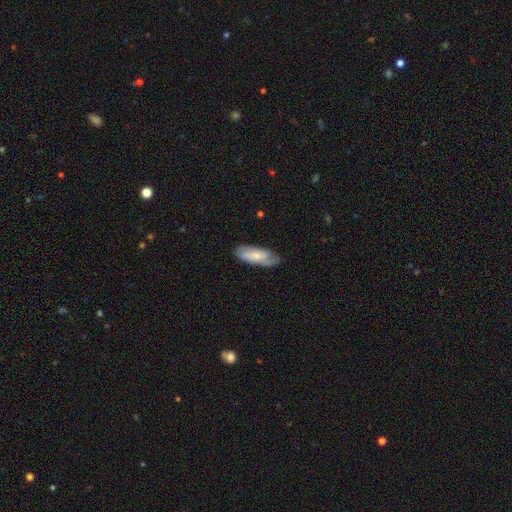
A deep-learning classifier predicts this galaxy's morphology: Overall: smooth (50%; featured or disk 43%). How rounded: in between (70%). Merging: none (68%).